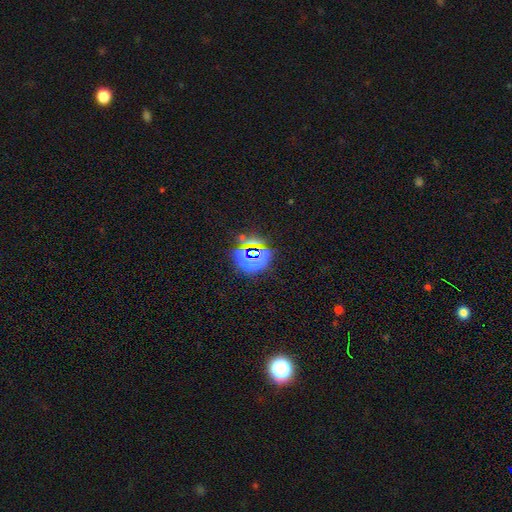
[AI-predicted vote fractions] Smooth or featured? Predicted: star or artifact (p=0.76).